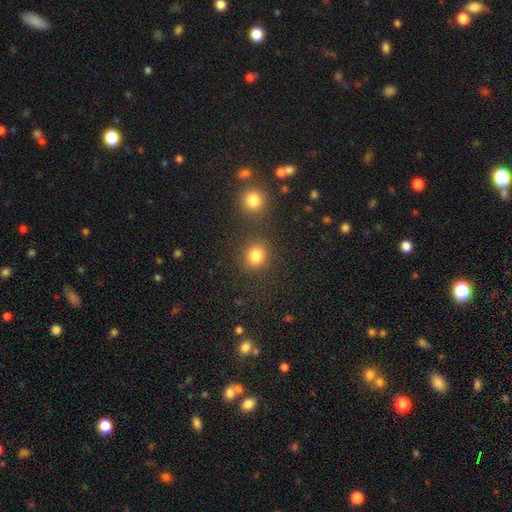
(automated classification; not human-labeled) smooth-or-featured: smooth: 82% | star or artifact: 13% | featured or disk: 5%
  how-rounded: round: 80% | in between: 19% | cigar-shaped: 1%
  merging: none: 77% | merger: 11% | minor disturbance: 8% | major disturbance: 4%